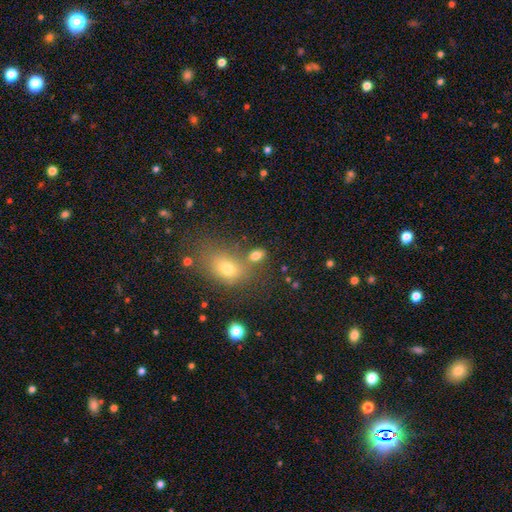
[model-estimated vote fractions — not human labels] This is likely a smooth galaxy (76%). How rounded: likely in between (80%). Merging: possibly none (57%).